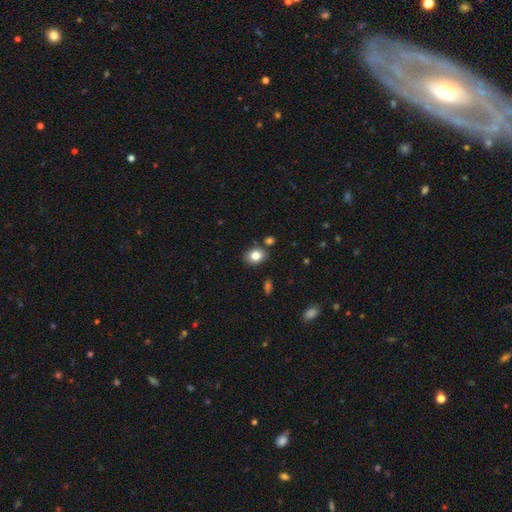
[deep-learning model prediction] A smooth galaxy with no disk features (83%) that is in between round and cigar-shaped (54%).

Vote fractions:
- Smooth or featured? smooth: 83% / star or artifact: 10% / featured or disk: 8%
- How rounded? in between: 54% / round: 45% / cigar-shaped: 1%
- Merging? none: 80% / minor disturbance: 11% / merger: 7% / major disturbance: 3%